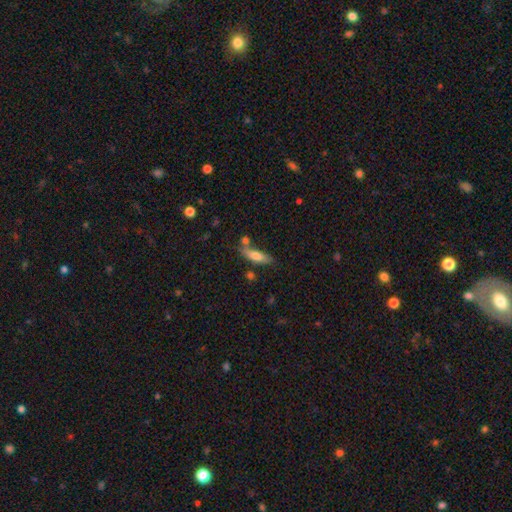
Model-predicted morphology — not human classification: Smooth or featured?
  - smooth: 68% *
  - featured or disk: 25%
  - star or artifact: 7%
How rounded?
  - cigar-shaped: 58% *
  - in between: 39%
  - round: 3%
Merging?
  - none: 56% *
  - minor disturbance: 19%
  - merger: 18%
  - major disturbance: 7%